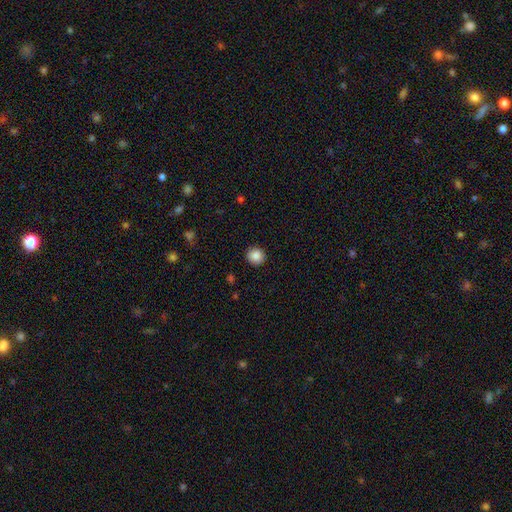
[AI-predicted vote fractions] This appears to be a smooth galaxy with no disk features (87%) that is round (91%). Merging: none (91%).